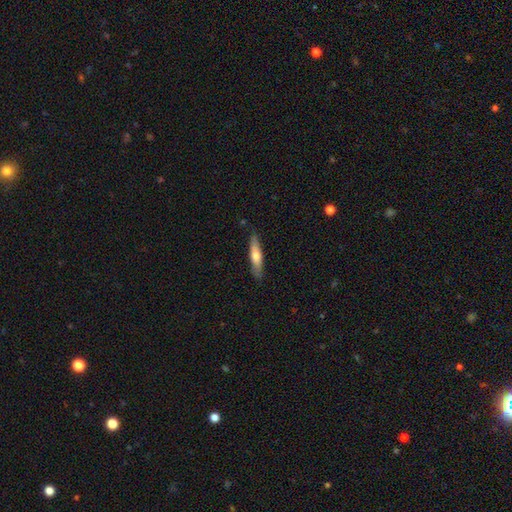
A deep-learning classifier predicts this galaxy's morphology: Smooth or featured? smooth (60%)
How rounded? cigar-shaped (79%)
Merging? none (84%)